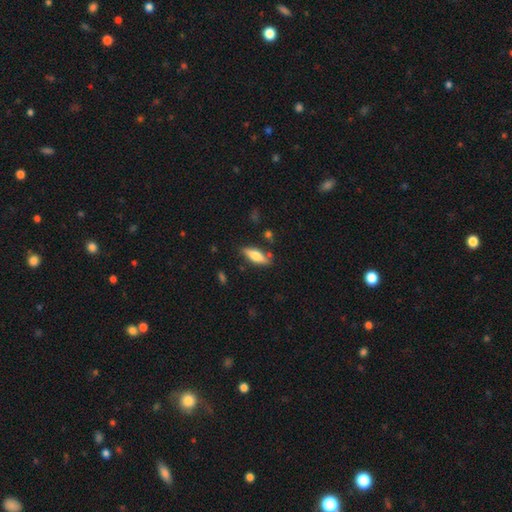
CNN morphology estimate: This appears to be a smooth galaxy with no disk features (66%) that is in between round and cigar-shaped (58%). Merging: none (80%).